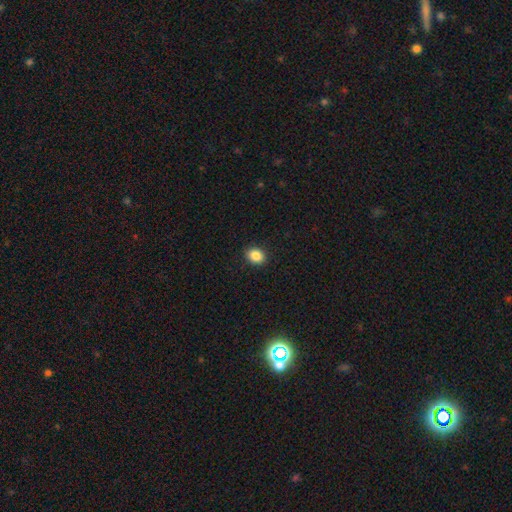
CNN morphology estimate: Smooth or featured? smooth (87%)
How rounded? round (50%)
Merging? none (91%)